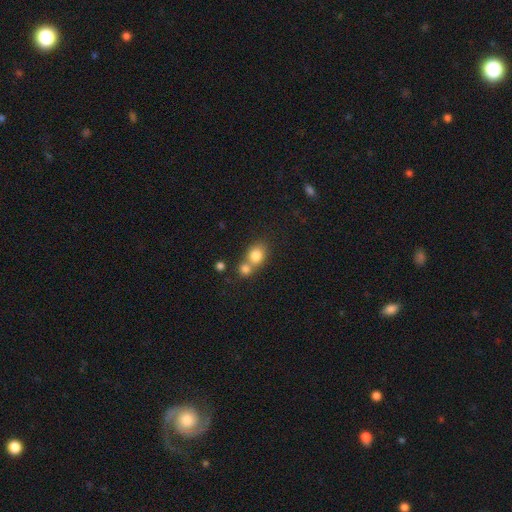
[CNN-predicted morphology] Smooth or featured?
  - smooth: 80% *
  - featured or disk: 10%
  - star or artifact: 10%
How rounded?
  - round: 63% *
  - in between: 35%
  - cigar-shaped: 1%
Merging?
  - merger: 54% *
  - none: 36%
  - minor disturbance: 7%
  - major disturbance: 3%